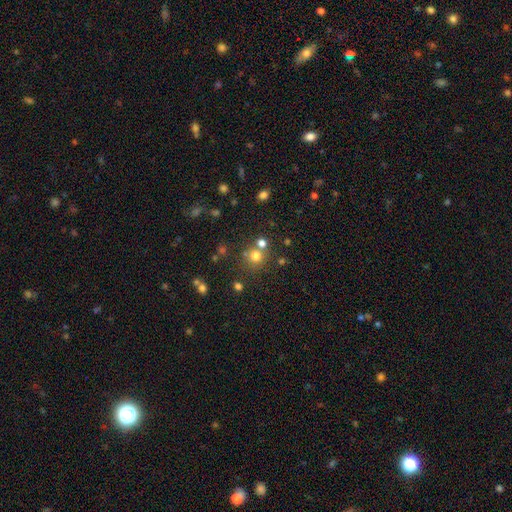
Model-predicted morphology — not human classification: Overall: smooth (72%). How rounded: round (90%). Merging: none (68%).